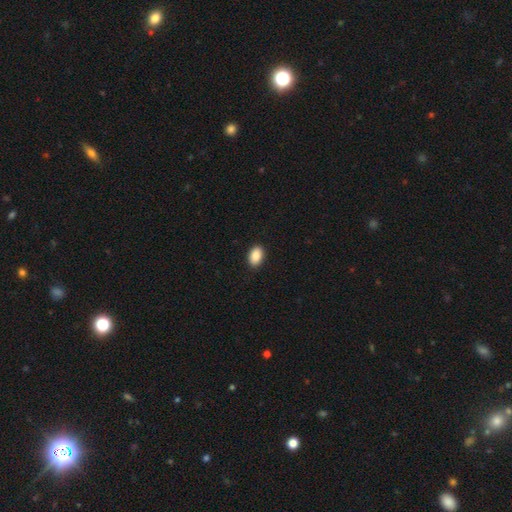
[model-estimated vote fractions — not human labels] This is clearly a smooth galaxy (90%). How rounded: clearly in between (90%). Merging: clearly none (91%).